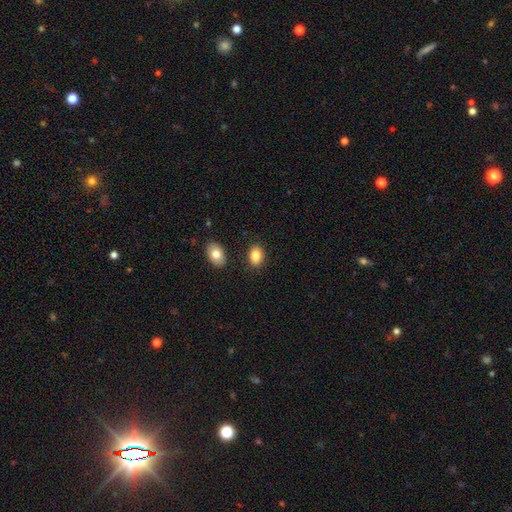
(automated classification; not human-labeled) Smooth or featured: smooth — 84% (featured or disk — 8%)
How rounded: in between — 83% (round — 16%)
Merging: none — 83% (minor disturbance — 10%)